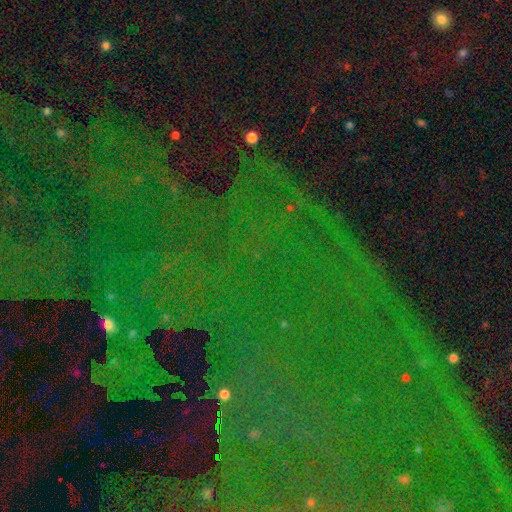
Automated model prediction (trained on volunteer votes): smooth-or-featured: star or artifact: 84% | smooth: 8% | featured or disk: 8%